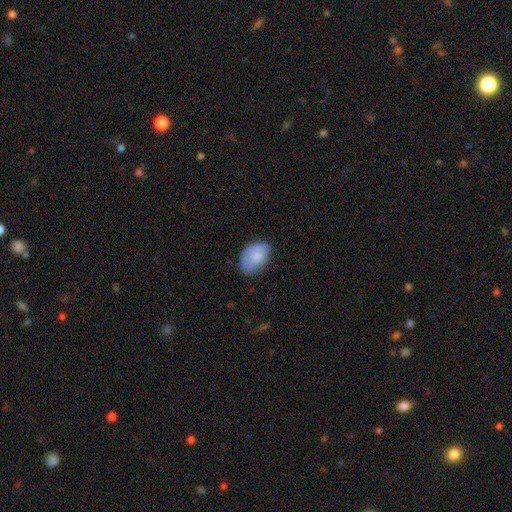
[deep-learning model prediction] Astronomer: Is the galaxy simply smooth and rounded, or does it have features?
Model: smooth — 79%.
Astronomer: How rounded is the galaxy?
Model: in between — 86%.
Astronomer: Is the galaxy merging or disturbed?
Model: none — 64%.